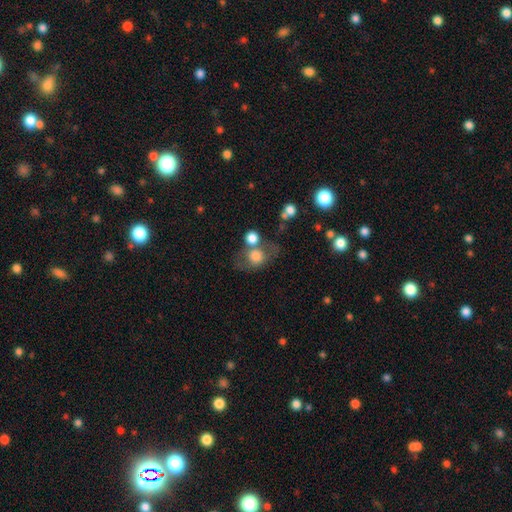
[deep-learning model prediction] Smooth or featured? smooth (71%)
How rounded? round (61%)
Merging? none (43%)